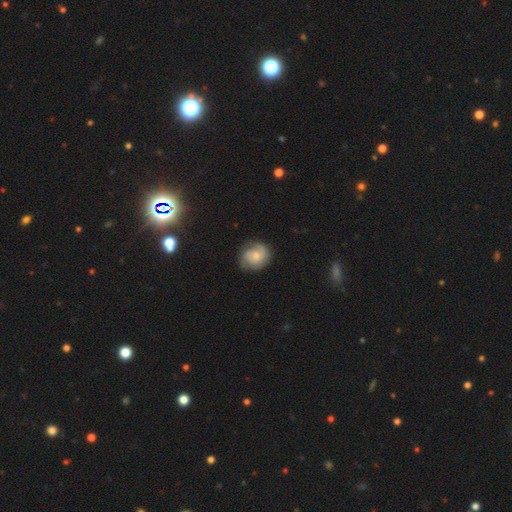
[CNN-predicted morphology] Smooth or featured? smooth (48%)
Merging? none (73%)